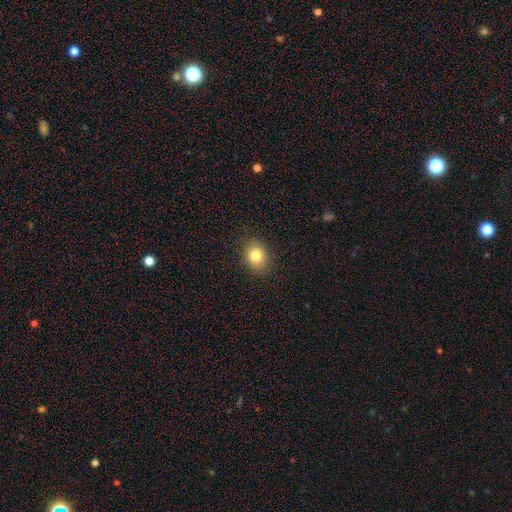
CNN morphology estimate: A smooth galaxy with no disk features (81%) that is round (57%).

Vote fractions:
- Smooth or featured? smooth: 81% / star or artifact: 11% / featured or disk: 8%
- How rounded? round: 57% / in between: 42% / cigar-shaped: 1%
- Merging? none: 88% / minor disturbance: 9% / major disturbance: 2% / merger: 1%